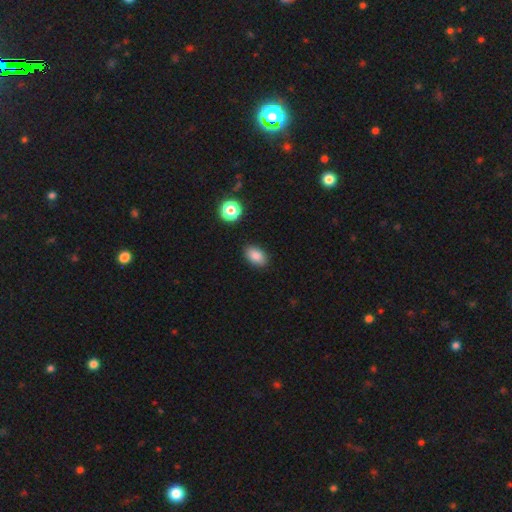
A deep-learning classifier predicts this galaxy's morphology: This appears to be a smooth galaxy with no disk features (86%) that is in between round and cigar-shaped (88%). Merging: none (86%).